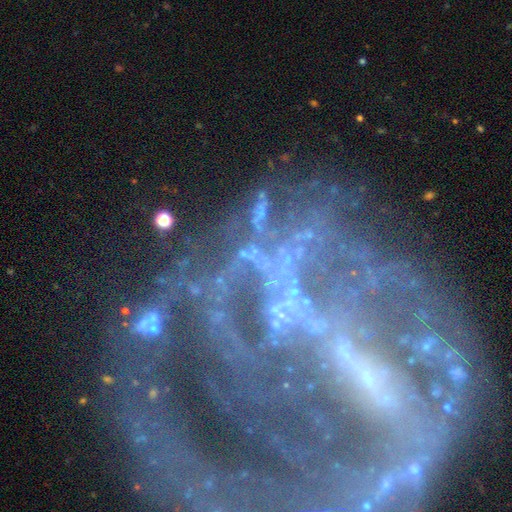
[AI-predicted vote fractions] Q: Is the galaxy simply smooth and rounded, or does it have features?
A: featured or disk — 60%.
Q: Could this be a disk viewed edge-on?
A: no — 96%.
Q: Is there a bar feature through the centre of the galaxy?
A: no — 67%.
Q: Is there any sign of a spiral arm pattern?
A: no — 57%.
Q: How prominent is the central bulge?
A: none — 57%.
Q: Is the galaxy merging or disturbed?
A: none — 49%.